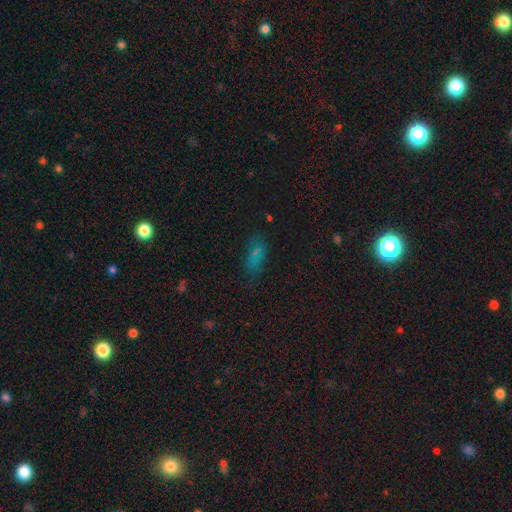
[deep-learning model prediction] Q: Smooth or featured?
A: smooth (53%); runner-up: star or artifact (32%)
Q: How rounded?
A: in between (81%); runner-up: cigar-shaped (13%)
Q: Merging?
A: none (72%); runner-up: minor disturbance (18%)